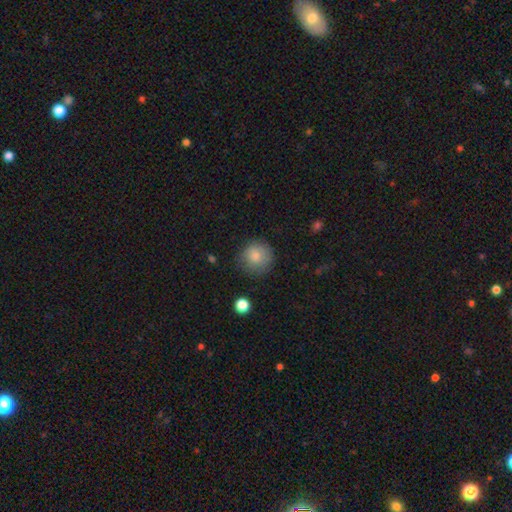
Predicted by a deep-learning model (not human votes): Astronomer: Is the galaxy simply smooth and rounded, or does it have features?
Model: smooth — 83%.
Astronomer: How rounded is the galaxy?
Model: round — 92%.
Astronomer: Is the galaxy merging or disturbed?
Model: none — 78%.